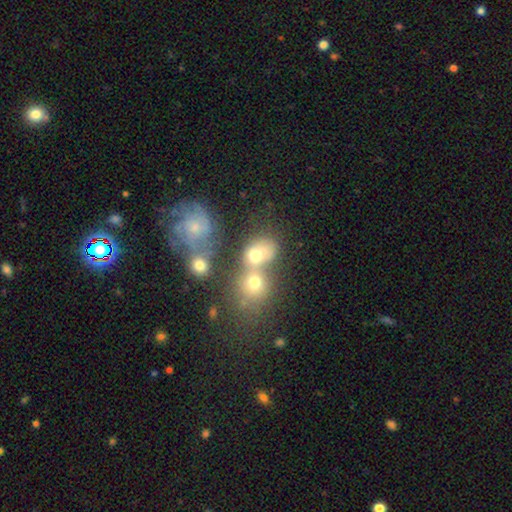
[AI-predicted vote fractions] Smooth or featured: smooth — 65% (featured or disk — 18%)
How rounded: round — 64% (in between — 35%)
Merging: merger — 57% (none — 29%)